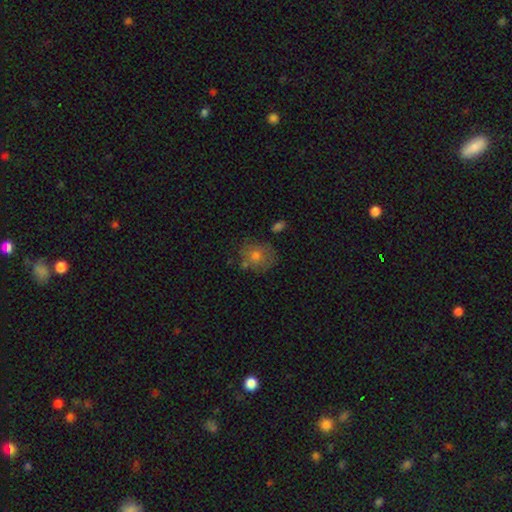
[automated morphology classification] type=smooth (70%); roundness=round (71%); merging=none (63%).